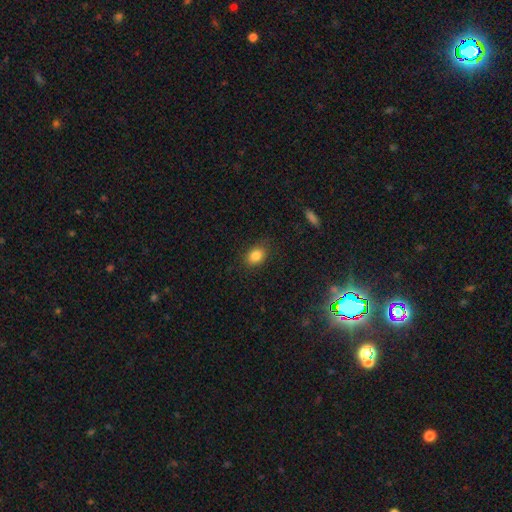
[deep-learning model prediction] Smooth or featured? smooth (84%)
How rounded? in between (64%)
Merging? none (84%)